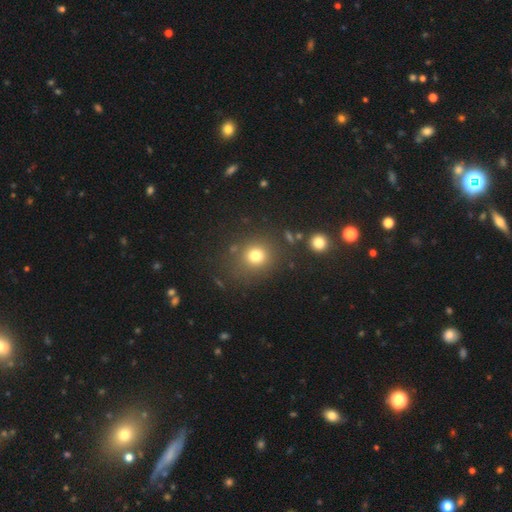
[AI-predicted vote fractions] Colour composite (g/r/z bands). It shows a smooth galaxy with no disk features (77%) that is round (85%). Merging: none (81%).